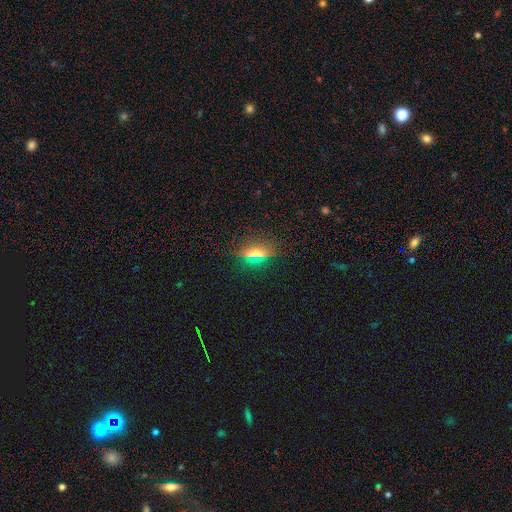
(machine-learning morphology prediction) Q: Smooth or featured?
A: smooth (57%); runner-up: star or artifact (24%)
Q: How rounded?
A: in between (59%); runner-up: round (28%)
Q: Merging?
A: none (87%); runner-up: minor disturbance (8%)